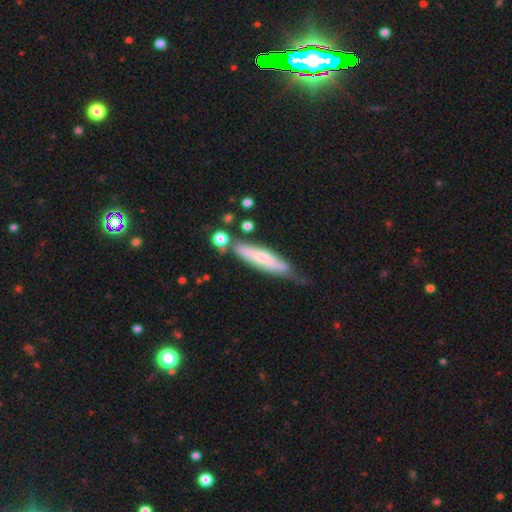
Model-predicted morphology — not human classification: A smooth galaxy with no disk features (46%).

Vote fractions:
- Smooth or featured? smooth: 46% / featured or disk: 45% / star or artifact: 9%
- Merging? none: 56% / minor disturbance: 28% / merger: 8% / major disturbance: 8%